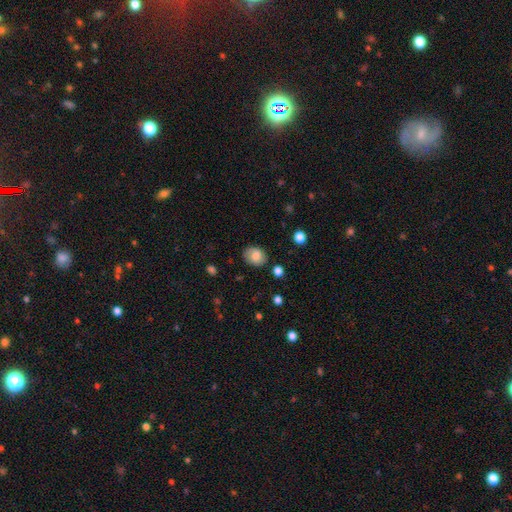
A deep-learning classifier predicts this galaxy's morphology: Smooth or featured: smooth — 78% (featured or disk — 14%)
How rounded: in between — 54% (round — 45%)
Merging: none — 77% (minor disturbance — 17%)